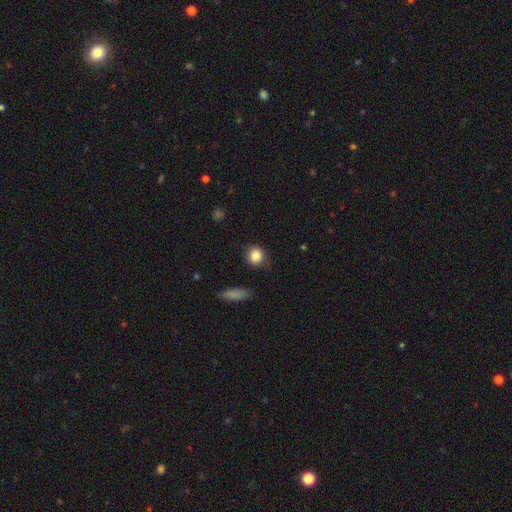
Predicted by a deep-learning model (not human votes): smooth 86%, star or artifact 9%, featured or disk 5%. Down the decision tree: how rounded — round (82%); merging — none (80%).